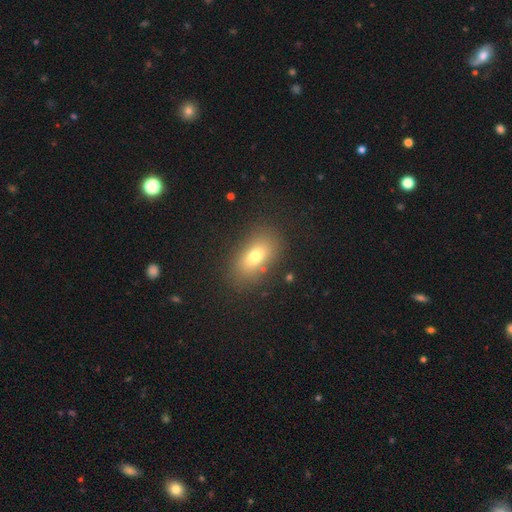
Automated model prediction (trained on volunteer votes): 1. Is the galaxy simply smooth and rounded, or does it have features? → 72% smooth, 15% featured or disk, 13% star or artifact.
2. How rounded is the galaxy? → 84% in between, 12% round, 4% cigar-shaped.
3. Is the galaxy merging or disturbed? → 82% none, 11% minor disturbance, 4% major disturbance, 2% merger.